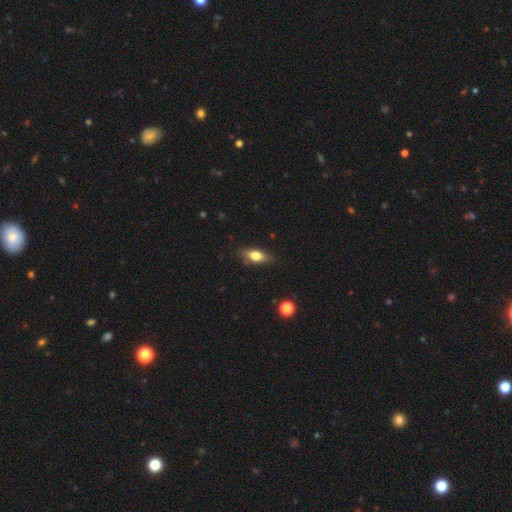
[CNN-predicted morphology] smooth 70%, featured or disk 23%, star or artifact 7%. Down the decision tree: how rounded — in between (73%); merging — none (80%).